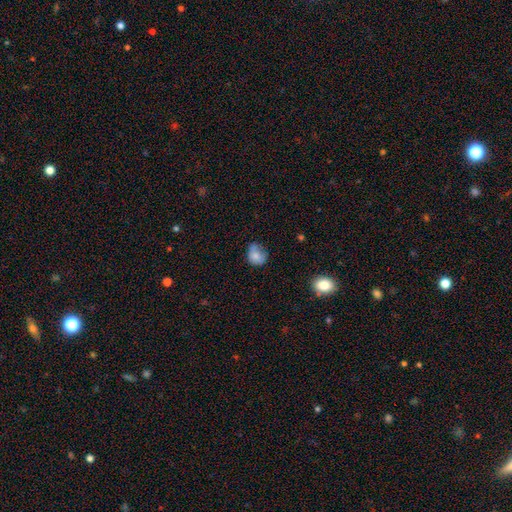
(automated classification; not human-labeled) Smooth or featured?
  - smooth: 78% *
  - featured or disk: 12%
  - star or artifact: 9%
How rounded?
  - round: 59% *
  - in between: 40%
  - cigar-shaped: 1%
Merging?
  - none: 43% *
  - minor disturbance: 38%
  - major disturbance: 14%
  - merger: 4%